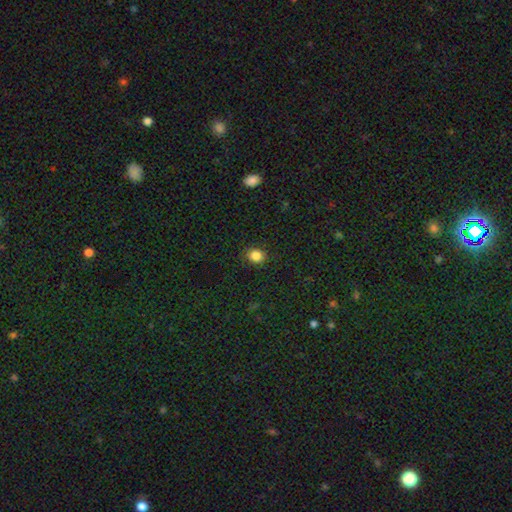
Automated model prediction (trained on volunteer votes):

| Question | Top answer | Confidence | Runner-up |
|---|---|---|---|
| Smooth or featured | smooth | 85% | star or artifact (11%) |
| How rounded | round | 67% | in between (32%) |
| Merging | none | 88% | minor disturbance (9%) |